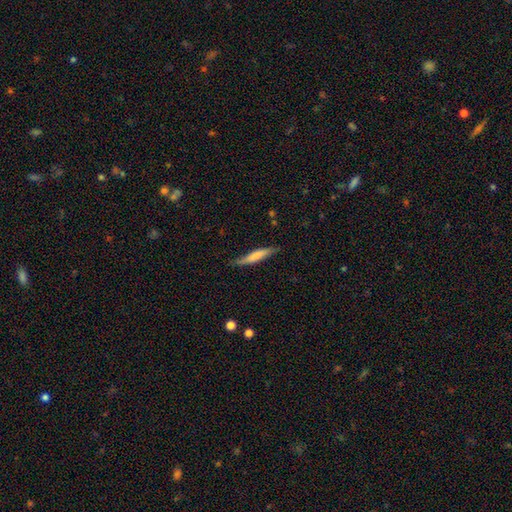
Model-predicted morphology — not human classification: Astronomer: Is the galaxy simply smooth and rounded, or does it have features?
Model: smooth — 69%.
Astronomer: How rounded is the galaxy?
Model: cigar-shaped — 90%.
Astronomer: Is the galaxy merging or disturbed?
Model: none — 77%.